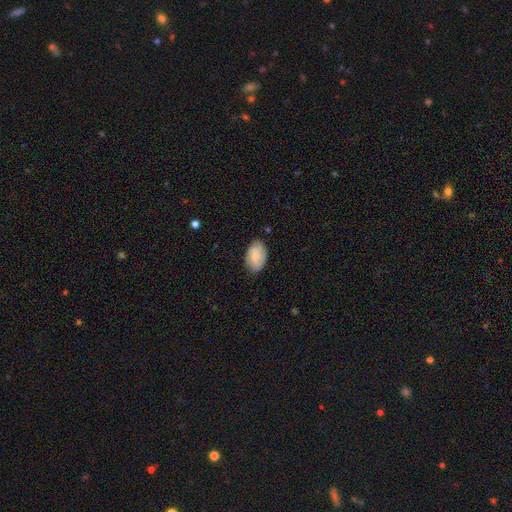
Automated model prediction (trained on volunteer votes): This is possibly a smooth galaxy (59%). How rounded: clearly in between (89%). Merging: likely none (76%).